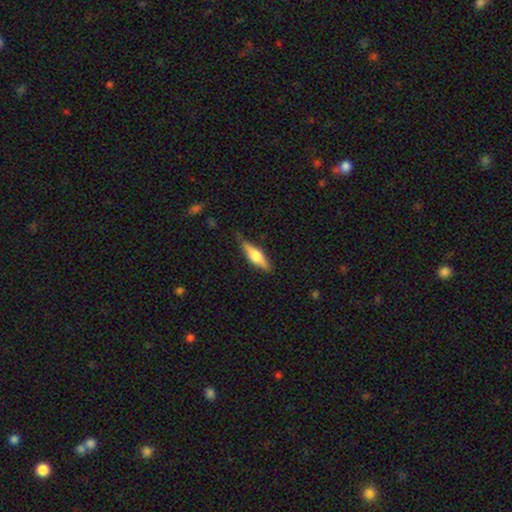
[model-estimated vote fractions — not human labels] Morphology: type=featured or disk (50%); merging=none (83%).